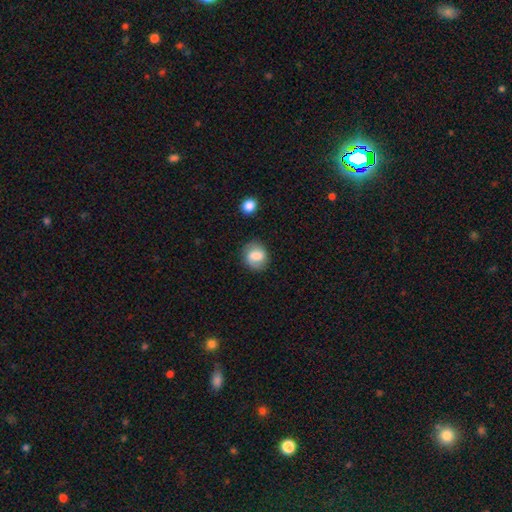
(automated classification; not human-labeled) smooth-or-featured: smooth: 73% | featured or disk: 19% | star or artifact: 8%
  how-rounded: round: 72% | in between: 27% | cigar-shaped: 1%
  merging: none: 78% | minor disturbance: 15% | major disturbance: 5% | merger: 2%